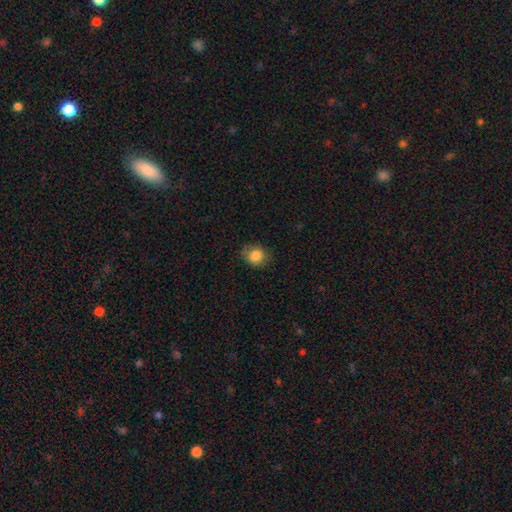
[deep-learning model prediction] This is clearly a smooth galaxy (84%). How rounded: likely round (73%). Merging: likely none (80%).